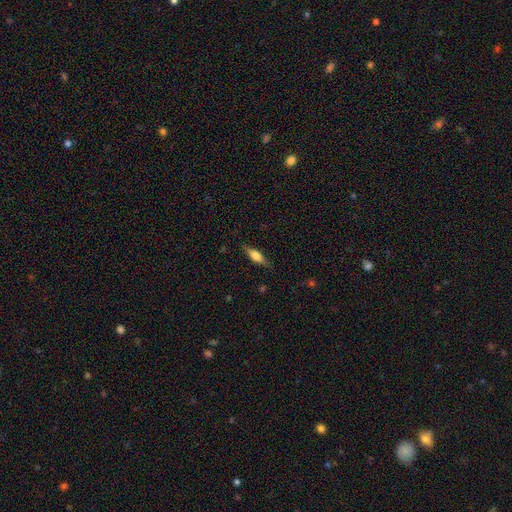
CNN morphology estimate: Q: Smooth or featured?
A: smooth (50%); runner-up: featured or disk (43%)
Q: Merging?
A: none (84%); runner-up: minor disturbance (12%)